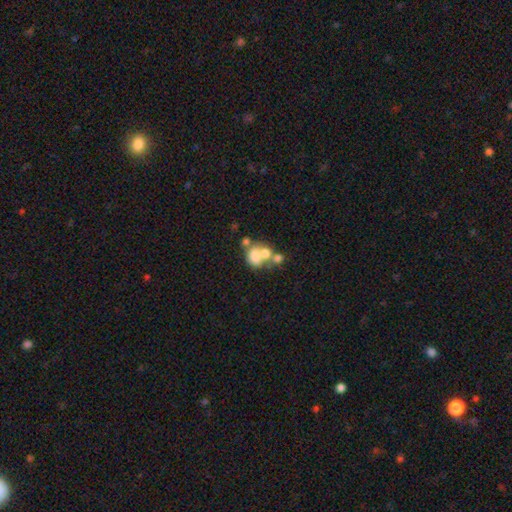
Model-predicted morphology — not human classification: Smooth or featured? Predicted: smooth (p=0.62). How rounded? Predicted: round (p=0.51). Merging? Predicted: merger (p=0.60).